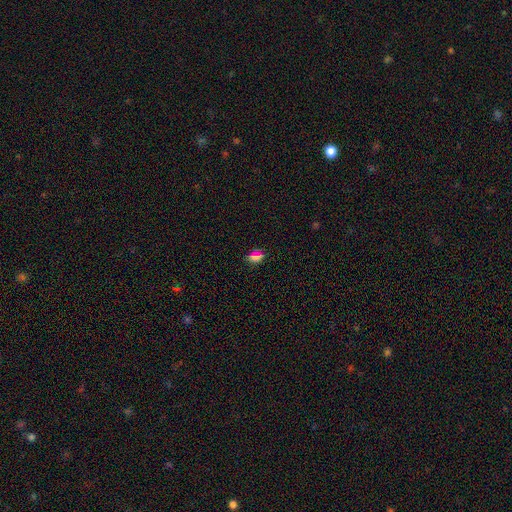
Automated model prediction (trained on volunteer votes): Smooth or featured?
  - smooth: 64% *
  - star or artifact: 27%
  - featured or disk: 9%
How rounded?
  - in between: 65% *
  - round: 27%
  - cigar-shaped: 8%
Merging?
  - none: 84% *
  - minor disturbance: 11%
  - major disturbance: 3%
  - merger: 2%